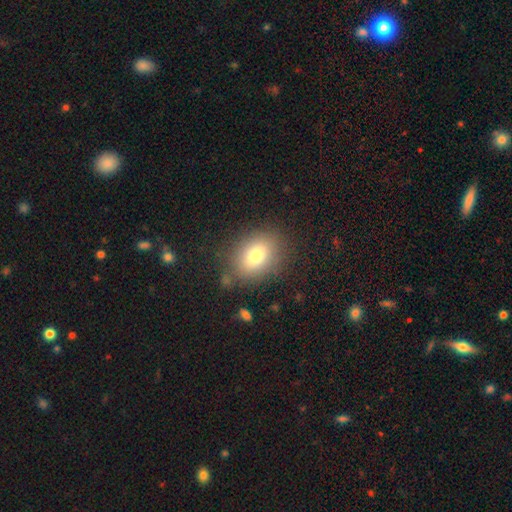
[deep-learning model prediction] This is likely a smooth galaxy (79%). How rounded: likely in between (71%). Merging: likely none (79%).